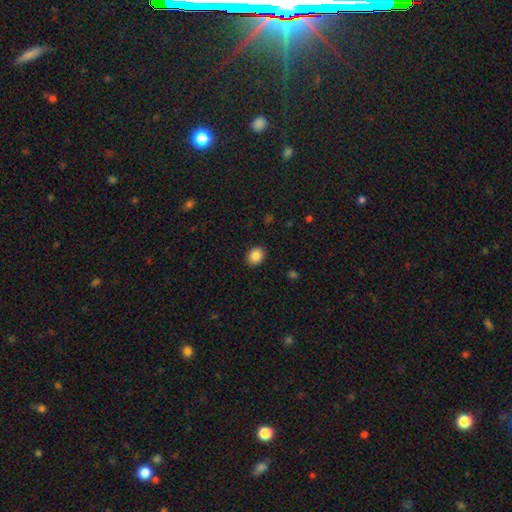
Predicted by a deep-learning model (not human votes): Smooth or featured? Predicted: smooth (p=0.86). How rounded? Predicted: round (p=0.53). Merging? Predicted: none (p=0.90).